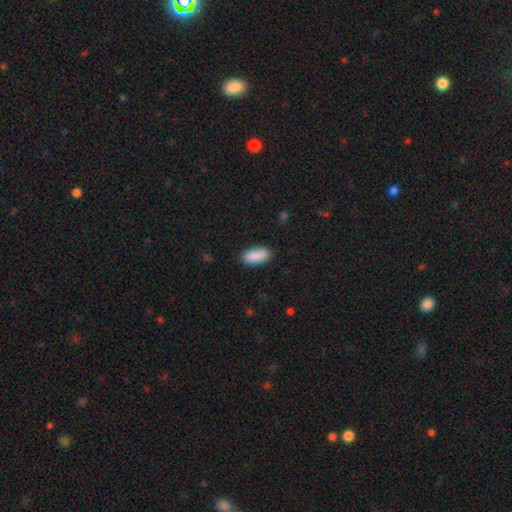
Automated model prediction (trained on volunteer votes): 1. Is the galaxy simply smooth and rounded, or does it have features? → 90% smooth, 6% star or artifact, 4% featured or disk.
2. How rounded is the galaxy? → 89% in between, 9% cigar-shaped, 2% round.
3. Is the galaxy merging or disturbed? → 87% none, 9% minor disturbance, 2% major disturbance, 1% merger.